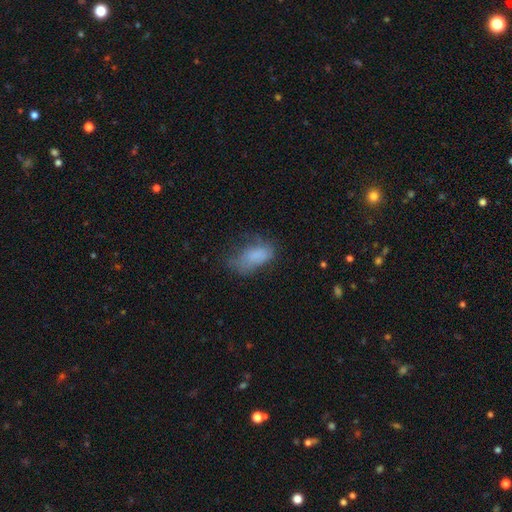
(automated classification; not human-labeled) Q: Smooth or featured?
A: smooth (72%); runner-up: featured or disk (17%)
Q: How rounded?
A: in between (91%); runner-up: cigar-shaped (5%)
Q: Merging?
A: none (37%); runner-up: minor disturbance (32%)